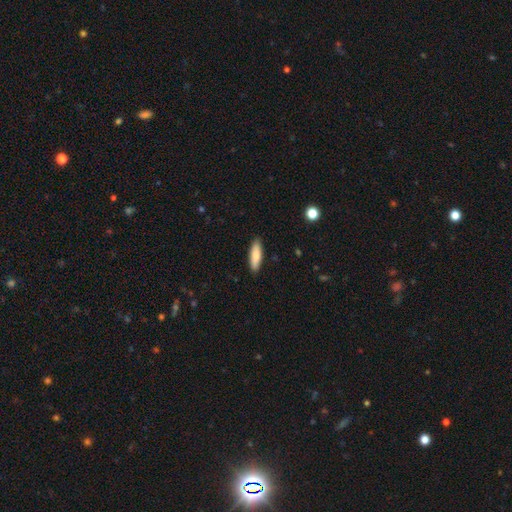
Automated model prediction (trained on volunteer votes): Q: Smooth or featured?
A: smooth (81%); runner-up: featured or disk (14%)
Q: How rounded?
A: cigar-shaped (60%); runner-up: in between (38%)
Q: Merging?
A: none (89%); runner-up: minor disturbance (8%)